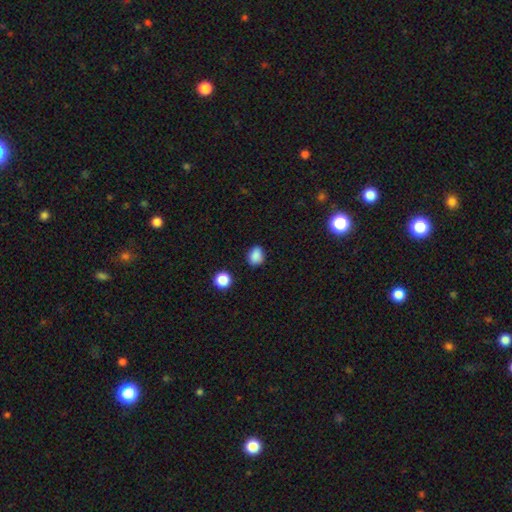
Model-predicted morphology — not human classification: Smooth or featured: smooth — 86% (star or artifact — 11%)
How rounded: round — 51% (in between — 48%)
Merging: none — 81% (minor disturbance — 14%)